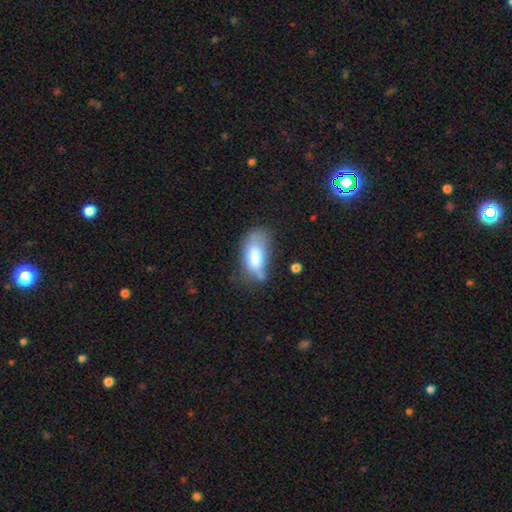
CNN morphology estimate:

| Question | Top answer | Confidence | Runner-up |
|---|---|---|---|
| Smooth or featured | smooth | 73% | featured or disk (19%) |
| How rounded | in between | 89% | cigar-shaped (8%) |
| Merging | none | 38% | minor disturbance (32%) |